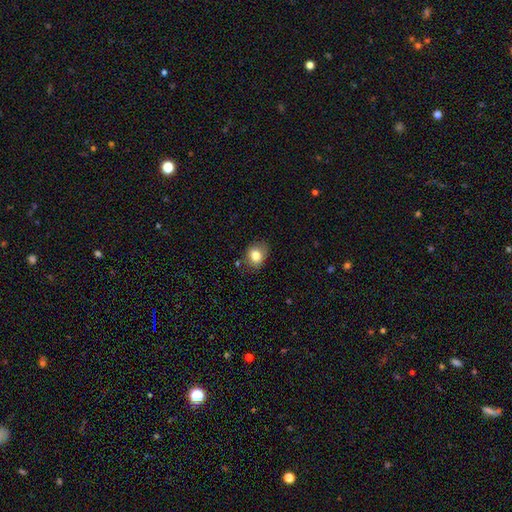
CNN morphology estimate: Overall: smooth (81%). How rounded: round (53%; in between 46%). Merging: none (72%).